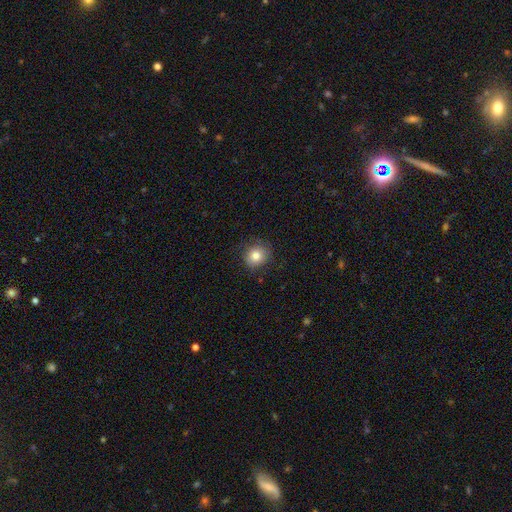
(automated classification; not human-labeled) Q: Smooth or featured?
A: smooth (82%); runner-up: star or artifact (10%)
Q: How rounded?
A: round (83%); runner-up: in between (17%)
Q: Merging?
A: none (83%); runner-up: minor disturbance (13%)